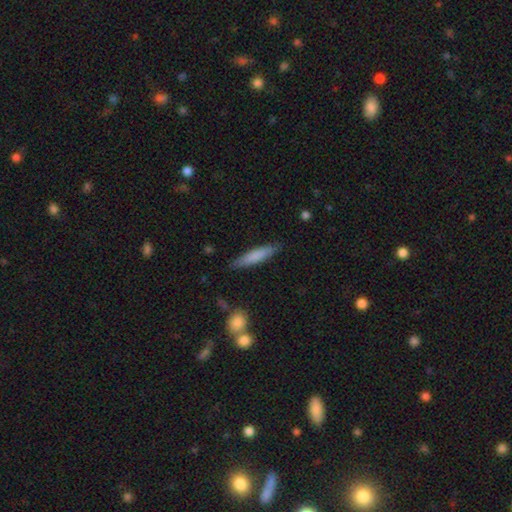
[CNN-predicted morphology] smooth-or-featured: smooth: 77% | featured or disk: 17% | star or artifact: 6%
  how-rounded: cigar-shaped: 86% | in between: 13% | round: 1%
  merging: none: 85% | minor disturbance: 11% | major disturbance: 2% | merger: 2%